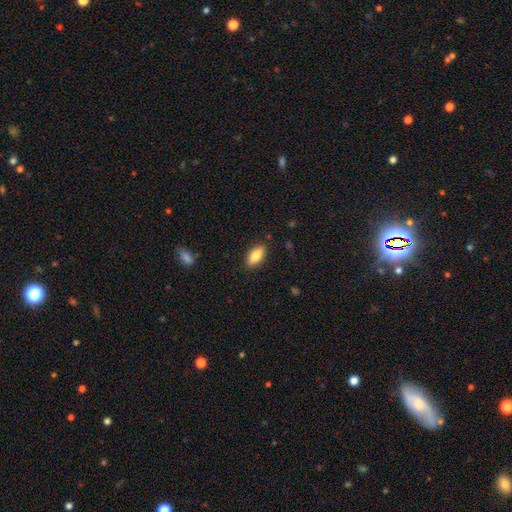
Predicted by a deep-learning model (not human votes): Q: Smooth or featured?
A: smooth (83%); runner-up: featured or disk (10%)
Q: How rounded?
A: in between (86%); runner-up: cigar-shaped (11%)
Q: Merging?
A: none (87%); runner-up: minor disturbance (10%)